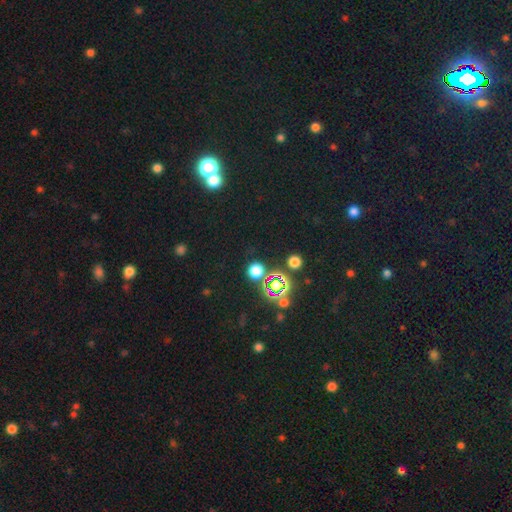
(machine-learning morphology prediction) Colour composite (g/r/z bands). It shows a star or artifact, not a galaxy (71%).